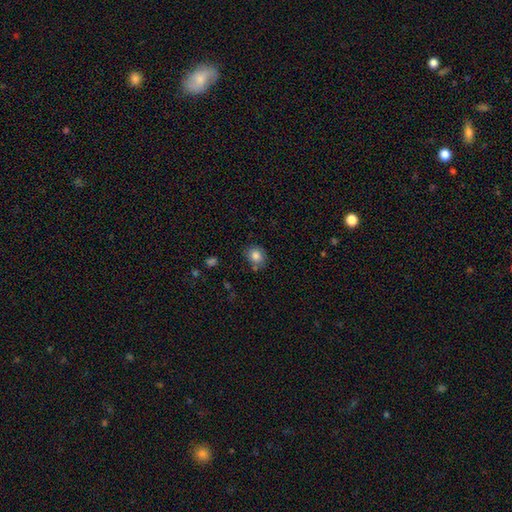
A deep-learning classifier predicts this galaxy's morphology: type=smooth (84%); roundness=round (61%); merging=none (75%).